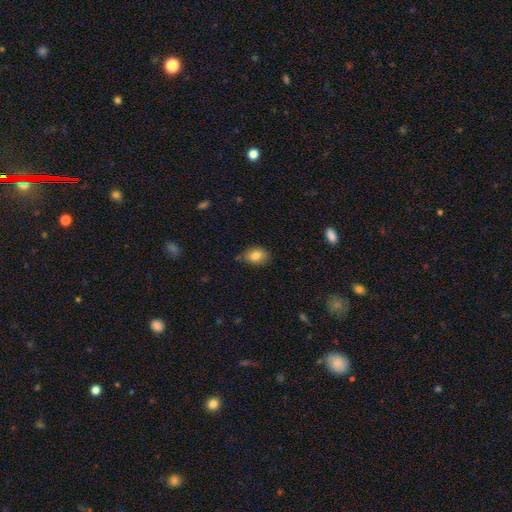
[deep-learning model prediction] A smooth galaxy with no disk features (83%) that is in between round and cigar-shaped (76%). Merging: none (69%).